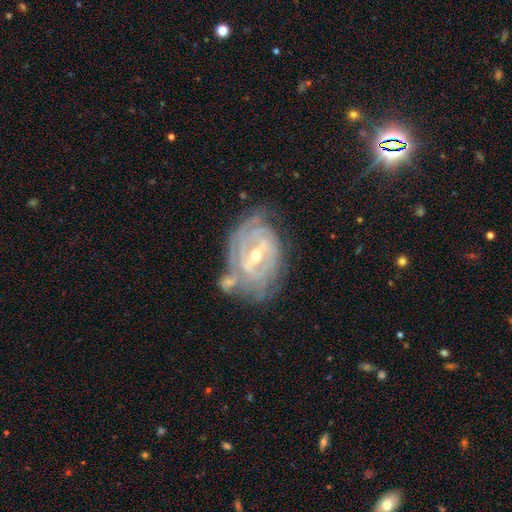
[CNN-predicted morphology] A featured or disk galaxy (88%) with a weak bar (45%), tight (77%) spiral arms (92%) and a moderate central bulge (54%).

Vote fractions:
- Smooth or featured? featured or disk: 88% / smooth: 7% / star or artifact: 5%
- Edge-on disk? no: 96% / yes: 4%
- Bar? weak: 45% / strong: 41% / no: 15%
- Spiral arms? yes: 92% / no: 8%
- Spiral winding? tight: 77% / medium: 18% / loose: 5%
- Spiral arm count? can't tell: 39% / 2: 23% / 3: 18% / 4: 10% / 1: 5% / more than 4: 5%
- Bulge size? moderate: 54% / small: 42% / large: 2% / none: 1% / dominant: 1%
- Merging? none: 54% / minor disturbance: 22% / merger: 13% / major disturbance: 11%